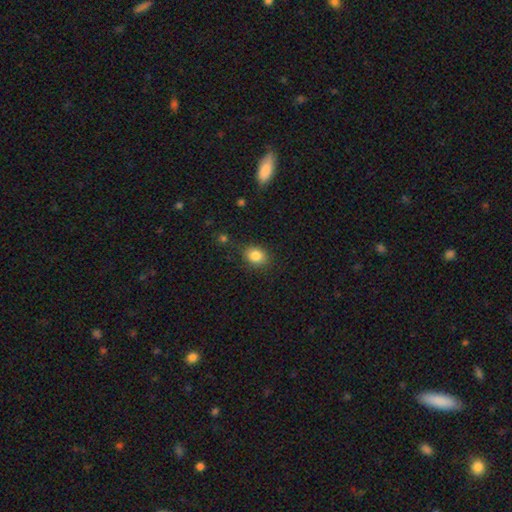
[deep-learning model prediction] smooth 84%, star or artifact 10%, featured or disk 6%. Down the decision tree: how rounded — in between (54%); merging — none (80%).